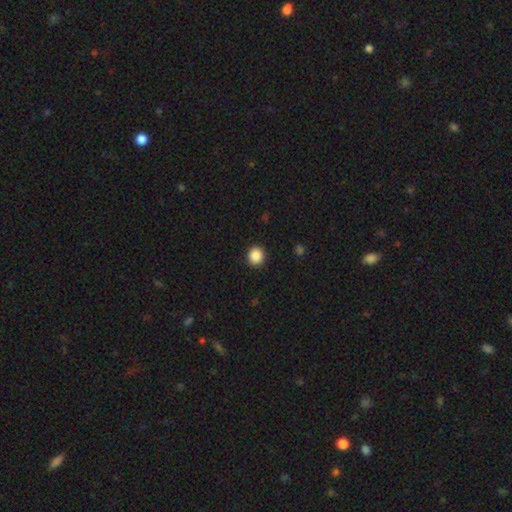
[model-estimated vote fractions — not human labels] Morphology: type=smooth (88%); roundness=round (88%); merging=none (92%).